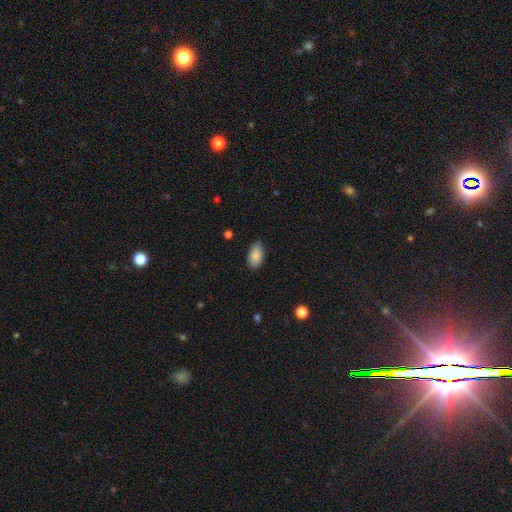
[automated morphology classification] The model was most divided on "merging": none: 80%, minor disturbance: 16%, major disturbance: 3%, merger: 1%. More confident: how rounded — in between (94%); smooth or featured — smooth (88%).